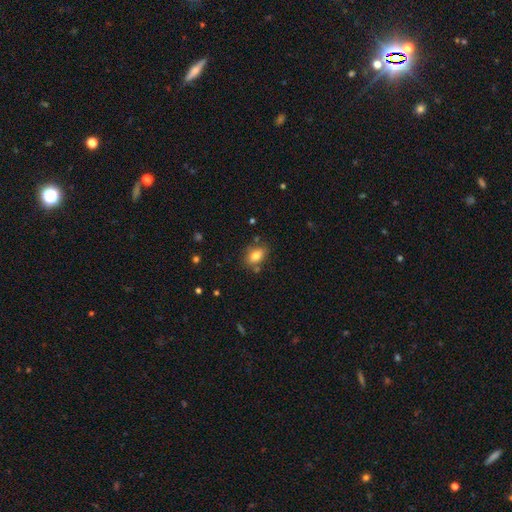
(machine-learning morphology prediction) Q: Smooth or featured?
A: smooth (81%); runner-up: featured or disk (10%)
Q: How rounded?
A: in between (82%); runner-up: round (16%)
Q: Merging?
A: none (75%); runner-up: minor disturbance (15%)